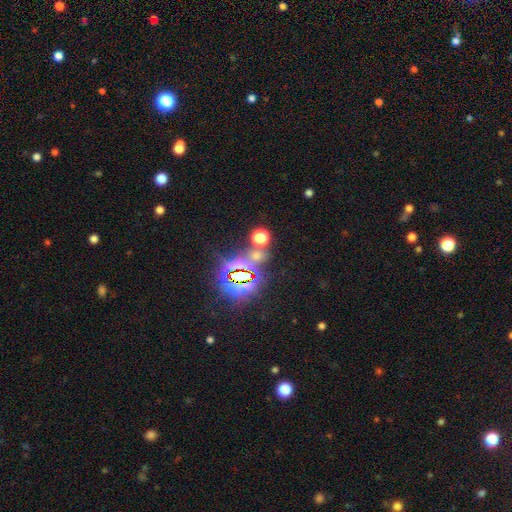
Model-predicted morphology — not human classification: Overall: star or artifact (73%).